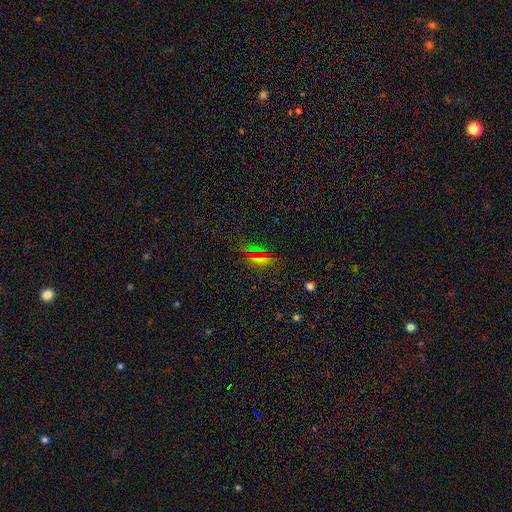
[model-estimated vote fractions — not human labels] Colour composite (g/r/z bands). It shows a smooth galaxy with no disk features (52%) that is in between round and cigar-shaped (67%). Merging: none (80%).